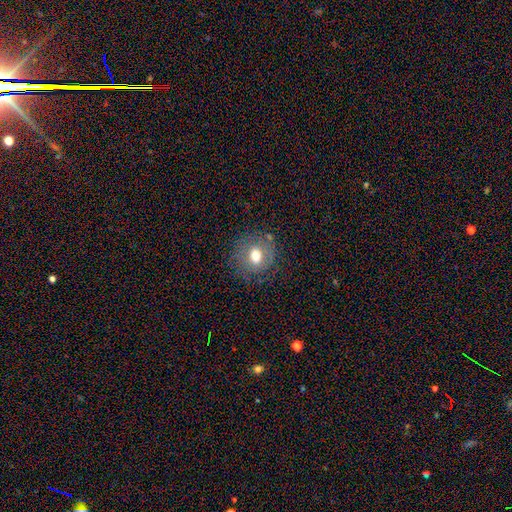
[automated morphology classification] This appears to be a smooth galaxy with no disk features (66%) that is round (80%). Merging: none (76%).